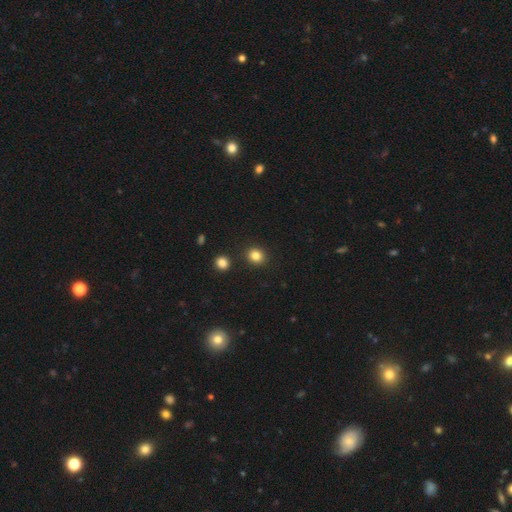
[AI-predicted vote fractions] smooth 83%, star or artifact 12%, featured or disk 5%. Down the decision tree: how rounded — round (80%); merging — none (89%).